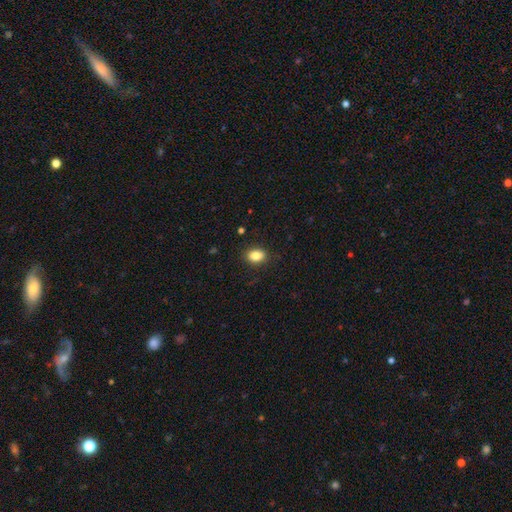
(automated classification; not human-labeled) Smooth or featured? smooth (85%)
How rounded? in between (77%)
Merging? none (88%)